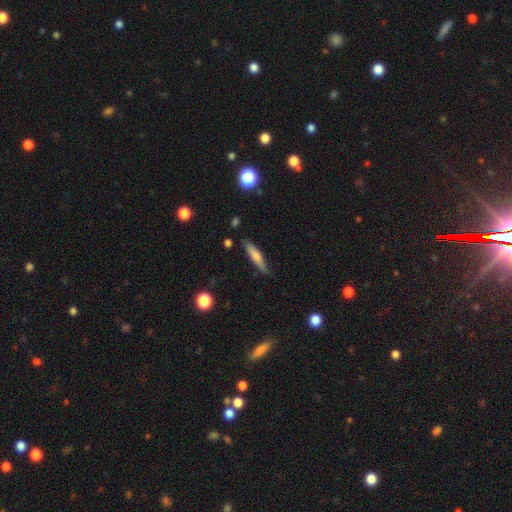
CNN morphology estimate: Overall: smooth (63%; featured or disk 30%). How rounded: cigar-shaped (87%). Merging: none (83%).